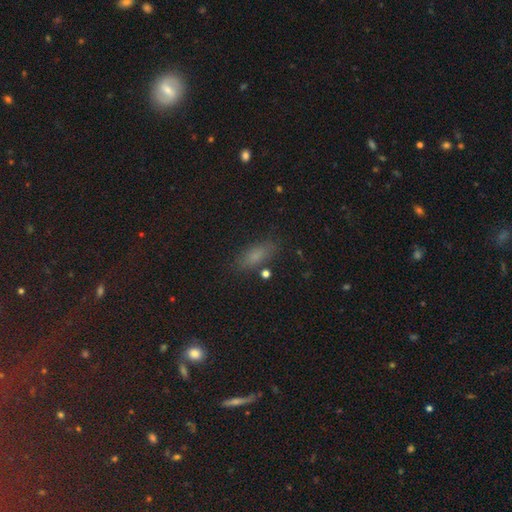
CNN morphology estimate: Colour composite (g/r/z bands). It shows a smooth galaxy with no disk features (70%) that is in between round and cigar-shaped (70%). Merging: none (82%).